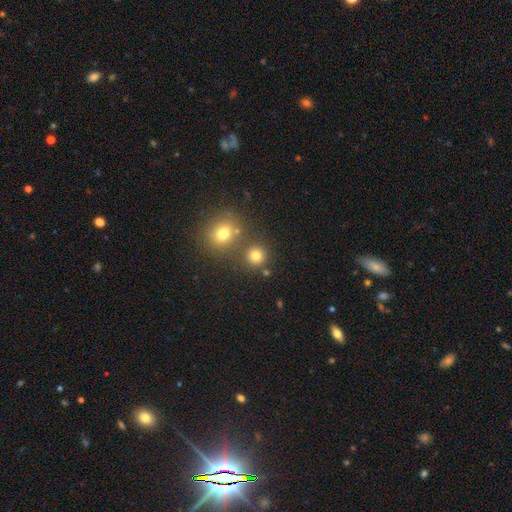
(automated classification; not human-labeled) Smooth or featured? Predicted: smooth (p=0.77). How rounded? Predicted: round (p=0.91). Merging? Predicted: none (p=0.77).